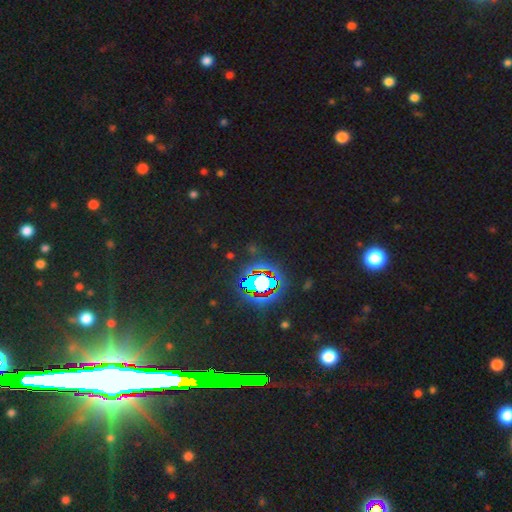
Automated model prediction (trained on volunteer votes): star or artifact 83%, smooth 9%, featured or disk 8%.